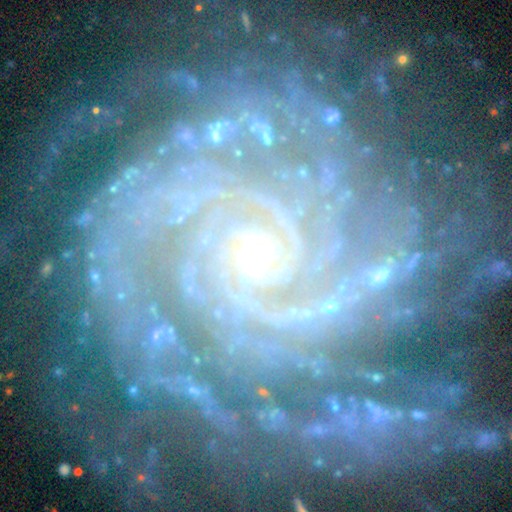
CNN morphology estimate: Overall: featured or disk (90%). Edge-on disk: no (97%). Bar: no (68%). Spiral arms: yes (98%). Spiral arm count: more than 4 (26%; can't tell 21%). Spiral winding: tight (81%). Bulge size: small (85%). Merging: none (70%).